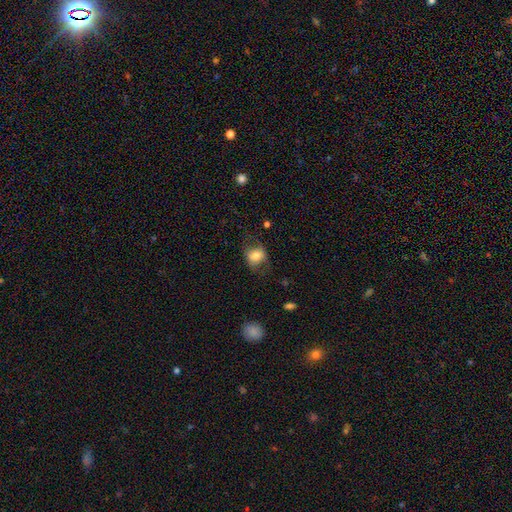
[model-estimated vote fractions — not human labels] This appears to be a smooth galaxy with no disk features (72%) that is in between round and cigar-shaped (50%). Merging: none (63%).